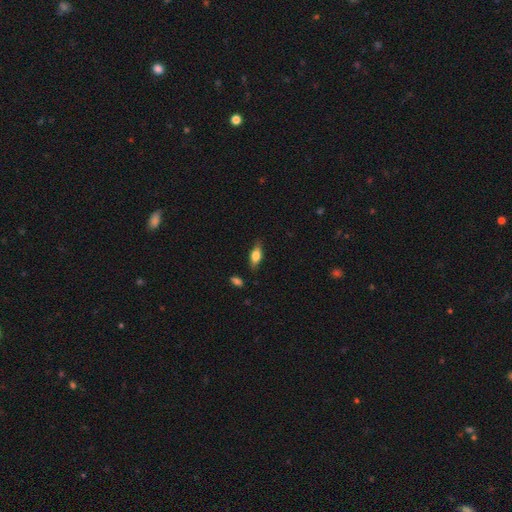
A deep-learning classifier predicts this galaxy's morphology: smooth-or-featured: smooth: 62% | featured or disk: 30% | star or artifact: 7%
  how-rounded: in between: 72% | cigar-shaped: 24% | round: 4%
  merging: none: 81% | minor disturbance: 15% | major disturbance: 3% | merger: 2%